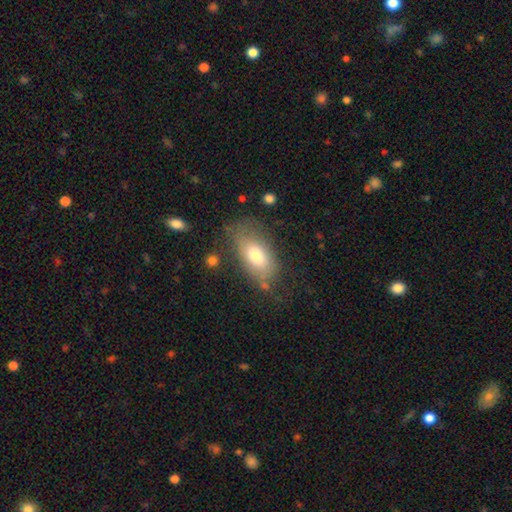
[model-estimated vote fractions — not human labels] Smooth or featured?
  - smooth: 71% *
  - featured or disk: 21%
  - star or artifact: 8%
How rounded?
  - in between: 90% *
  - round: 6%
  - cigar-shaped: 5%
Merging?
  - none: 64% *
  - minor disturbance: 23%
  - major disturbance: 9%
  - merger: 4%